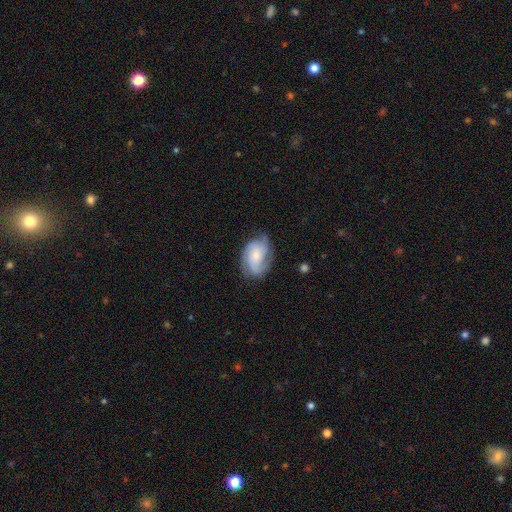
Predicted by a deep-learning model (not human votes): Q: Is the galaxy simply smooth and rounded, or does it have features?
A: featured or disk — 67%.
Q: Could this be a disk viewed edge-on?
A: no — 97%.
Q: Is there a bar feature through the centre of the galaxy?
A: no — 71%.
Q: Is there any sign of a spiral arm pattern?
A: yes — 92%.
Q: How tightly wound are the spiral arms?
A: medium — 45%.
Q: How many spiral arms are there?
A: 3 — 38%.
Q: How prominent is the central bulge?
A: small — 44%.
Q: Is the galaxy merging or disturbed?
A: none — 62%.